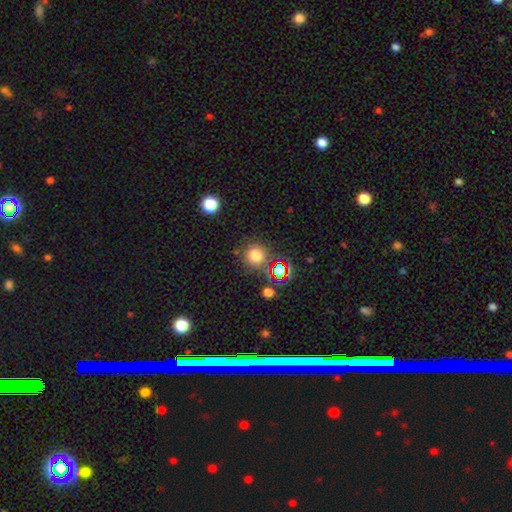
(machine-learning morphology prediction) smooth 72%, star or artifact 21%, featured or disk 7%. Down the decision tree: how rounded — round (92%); merging — none (78%).